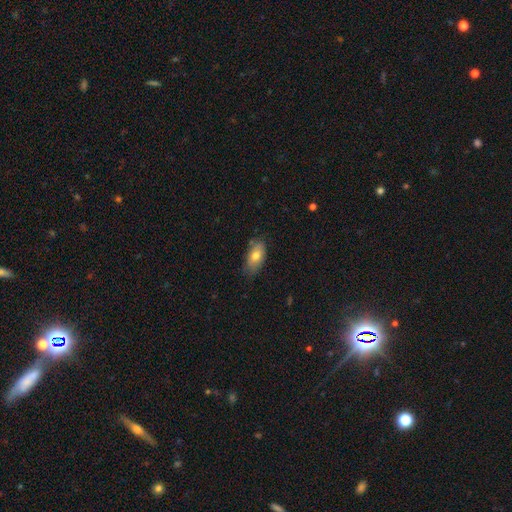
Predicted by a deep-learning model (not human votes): Q: Smooth or featured?
A: smooth (75%); runner-up: featured or disk (18%)
Q: How rounded?
A: in between (90%); runner-up: cigar-shaped (6%)
Q: Merging?
A: none (69%); runner-up: minor disturbance (25%)